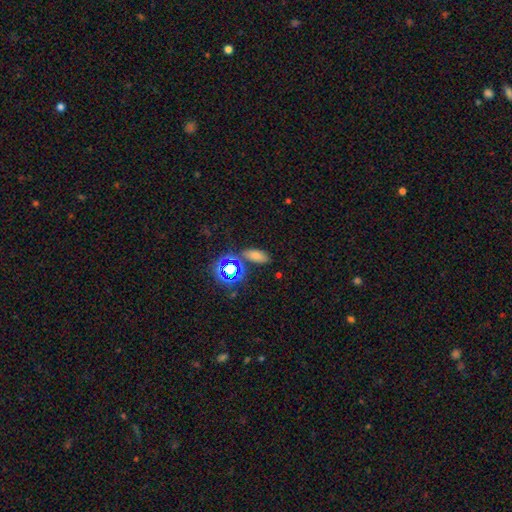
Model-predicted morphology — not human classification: smooth 64%, star or artifact 27%, featured or disk 9%. Down the decision tree: how rounded — in between (82%); merging — none (76%).